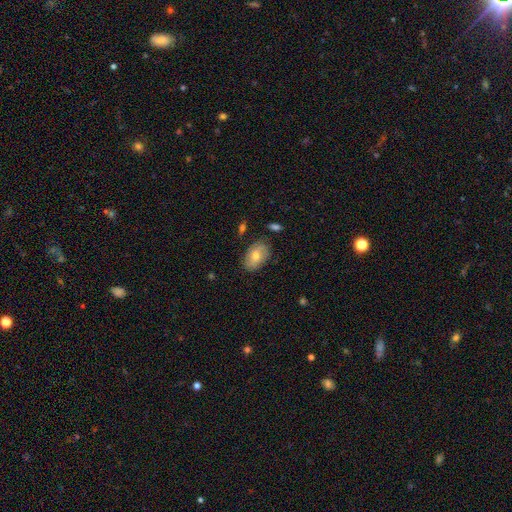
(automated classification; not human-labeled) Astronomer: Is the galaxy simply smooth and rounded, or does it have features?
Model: smooth — 65%.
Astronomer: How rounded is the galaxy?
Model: in between — 88%.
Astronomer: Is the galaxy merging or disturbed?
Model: none — 79%.